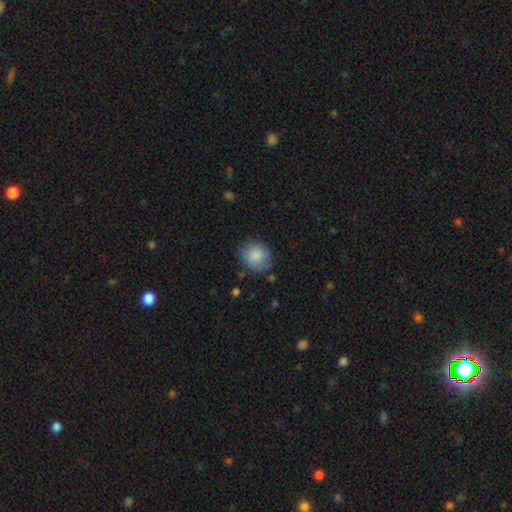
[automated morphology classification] smooth_or_featured: smooth (p=0.85) [alt: featured or disk p=0.08]
how_rounded: round (p=0.79) [alt: in between p=0.20]
merging: none (p=0.78) [alt: minor disturbance p=0.16]